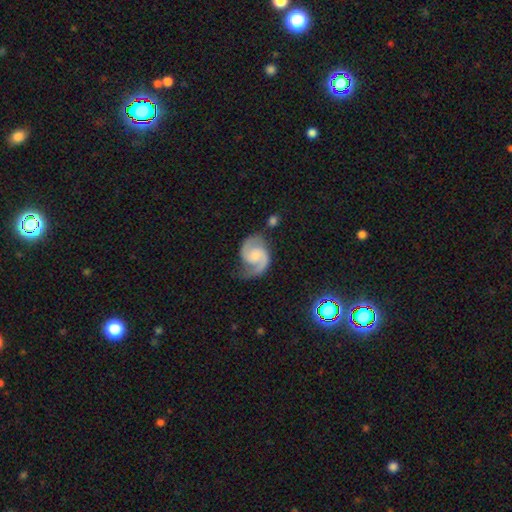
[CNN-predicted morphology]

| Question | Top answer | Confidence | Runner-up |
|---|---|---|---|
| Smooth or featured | featured or disk | 90% | smooth (5%) |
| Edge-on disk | no | 98% | yes (2%) |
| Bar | no | 55% | weak (37%) |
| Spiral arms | yes | 98% | no (2%) |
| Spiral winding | medium | 59% | tight (23%) |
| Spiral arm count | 2 | 93% | 1 (3%) |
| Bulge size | small | 32% | none (31%) |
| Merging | none | 70% | minor disturbance (19%) |